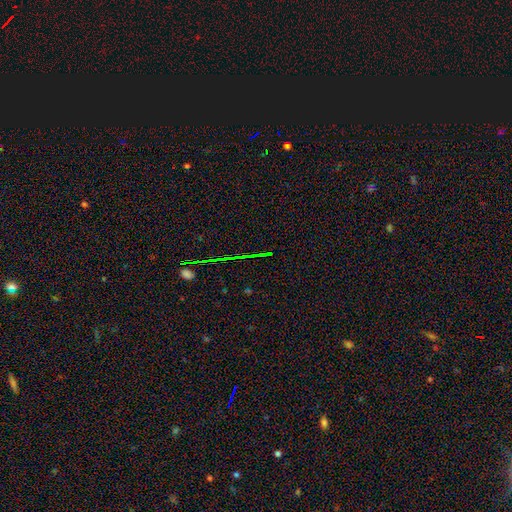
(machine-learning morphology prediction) Overall: star or artifact (79%).